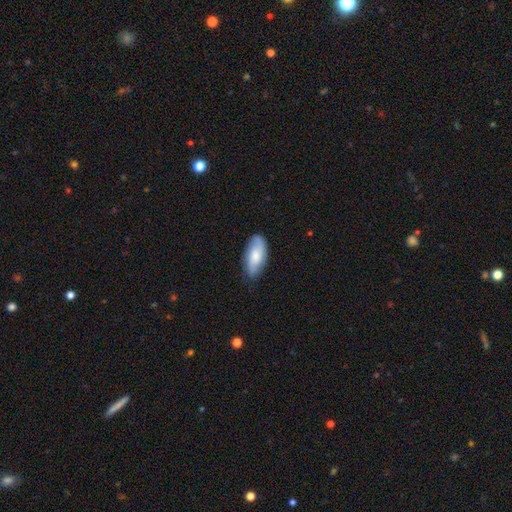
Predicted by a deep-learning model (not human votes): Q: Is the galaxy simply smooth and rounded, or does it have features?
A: smooth — 68%.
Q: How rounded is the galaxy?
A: in between — 88%.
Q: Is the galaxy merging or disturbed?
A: none — 76%.